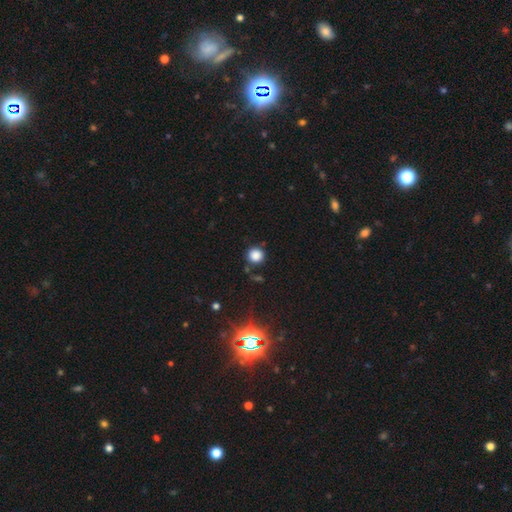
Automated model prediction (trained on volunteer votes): This is clearly a smooth galaxy (84%). How rounded: clearly round (93%). Merging: clearly none (83%).